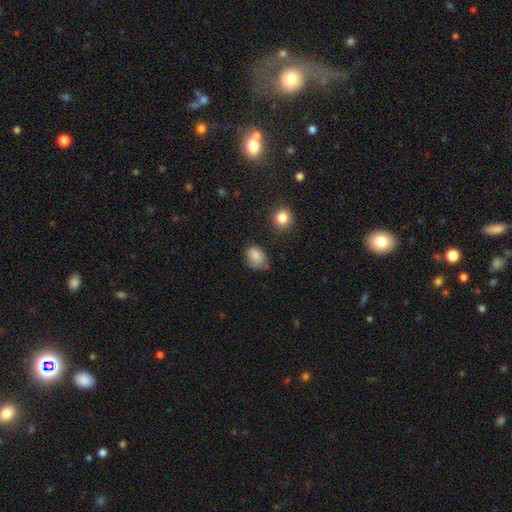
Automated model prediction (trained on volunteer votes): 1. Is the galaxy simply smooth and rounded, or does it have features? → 83% smooth, 10% star or artifact, 7% featured or disk.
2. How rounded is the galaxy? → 71% in between, 28% round, 1% cigar-shaped.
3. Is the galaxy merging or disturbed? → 50% none, 37% minor disturbance, 10% major disturbance, 3% merger.